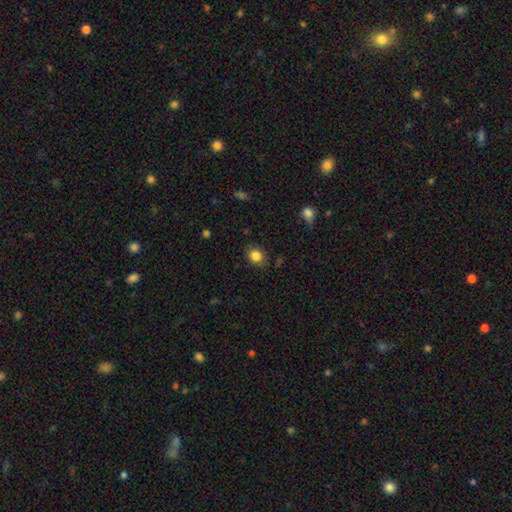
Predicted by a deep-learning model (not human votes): Smooth or featured: smooth — 84% (star or artifact — 10%)
How rounded: round — 62% (in between — 37%)
Merging: none — 80% (minor disturbance — 15%)